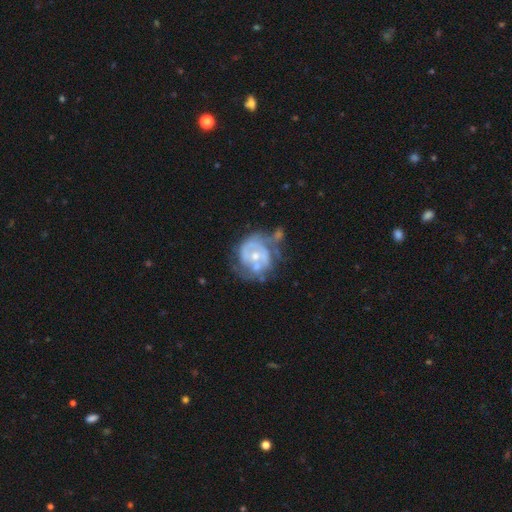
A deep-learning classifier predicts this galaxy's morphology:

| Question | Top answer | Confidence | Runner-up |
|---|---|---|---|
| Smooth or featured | featured or disk | 75% | smooth (19%) |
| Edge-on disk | no | 98% | yes (2%) |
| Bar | no | 75% | weak (20%) |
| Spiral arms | yes | 62% | no (38%) |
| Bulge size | moderate | 51% | small (43%) |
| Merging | none | 36% | minor disturbance (25%) |